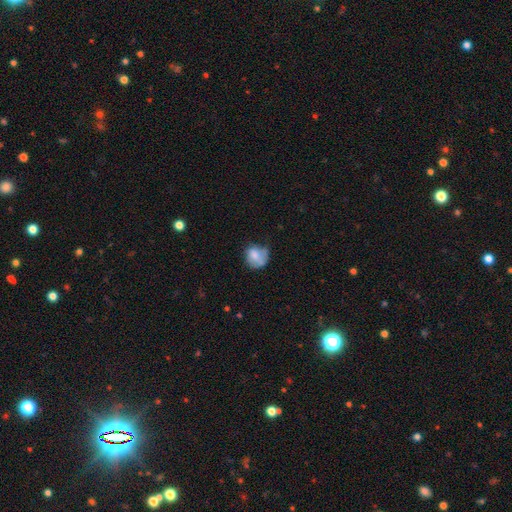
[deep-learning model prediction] A smooth galaxy with no disk features (67%) that is round (66%). Merging: none (40%).